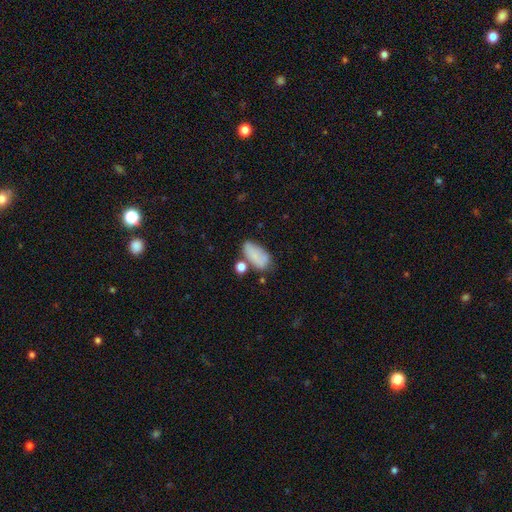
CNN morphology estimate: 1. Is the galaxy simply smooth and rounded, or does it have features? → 76% smooth, 15% featured or disk, 9% star or artifact.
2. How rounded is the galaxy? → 91% in between, 5% round, 4% cigar-shaped.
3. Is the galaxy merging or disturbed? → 47% none, 25% minor disturbance, 17% merger, 11% major disturbance.